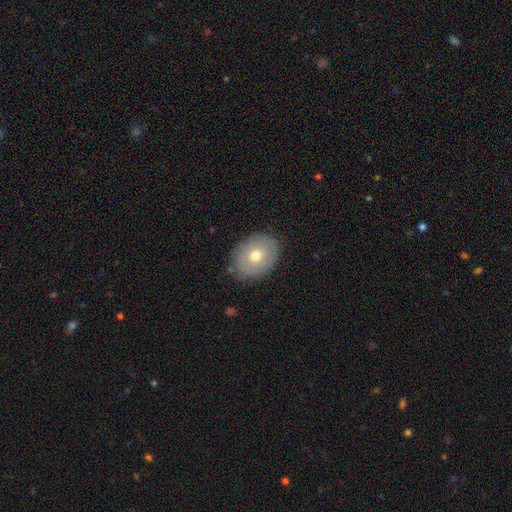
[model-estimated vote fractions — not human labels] smooth-or-featured: smooth: 68% | featured or disk: 24% | star or artifact: 8%
  how-rounded: in between: 60% | round: 39% | cigar-shaped: 1%
  merging: none: 85% | minor disturbance: 11% | major disturbance: 3% | merger: 1%